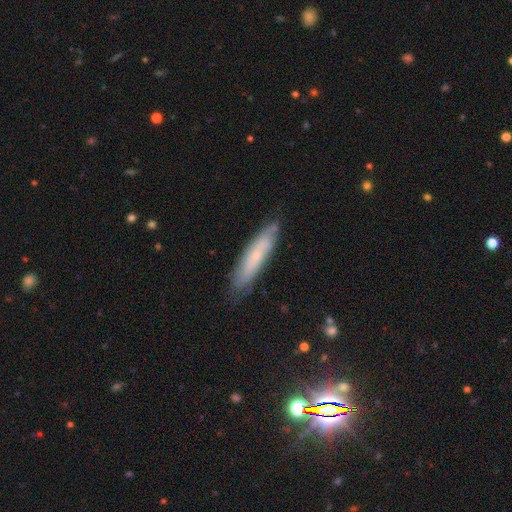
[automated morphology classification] Overall: smooth (48%; featured or disk 44%). Merging: none (80%).